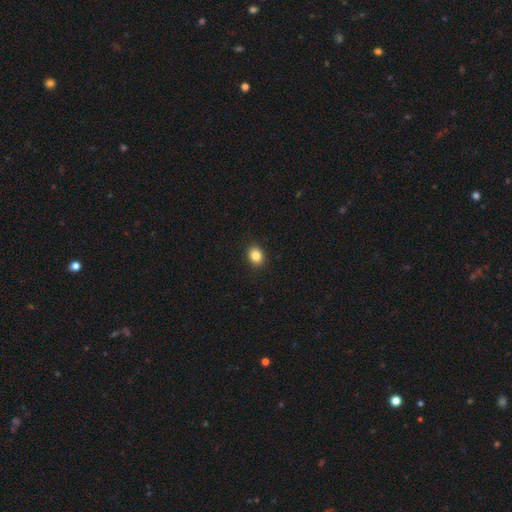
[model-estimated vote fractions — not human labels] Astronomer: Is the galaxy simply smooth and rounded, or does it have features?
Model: smooth — 85%.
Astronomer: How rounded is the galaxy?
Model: round — 59% (runner-up: in between, 40%).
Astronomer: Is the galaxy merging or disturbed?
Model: none — 91%.